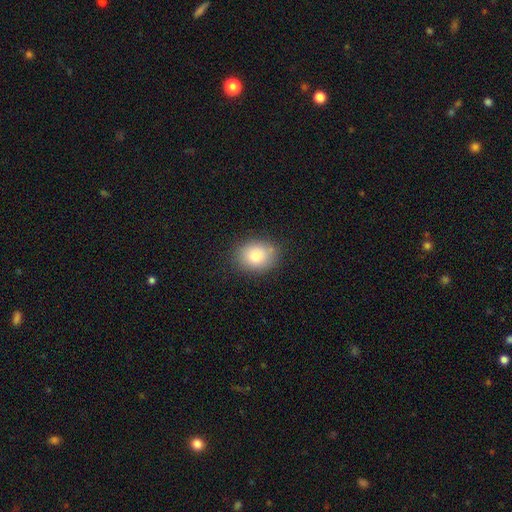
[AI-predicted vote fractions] smooth 81%, featured or disk 10%, star or artifact 9%. Down the decision tree: how rounded — in between (53%); merging — none (82%).